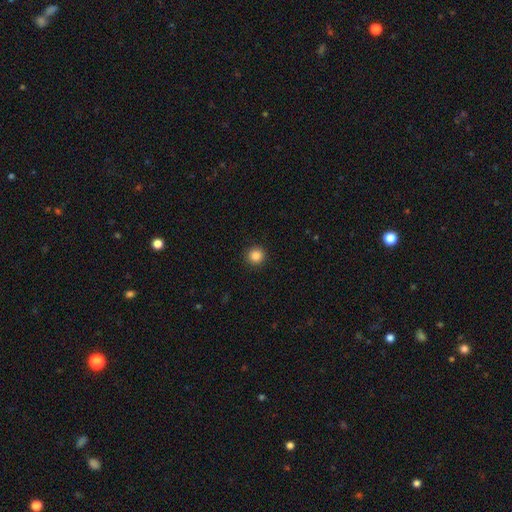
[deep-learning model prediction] Morphology: type=smooth (86%); roundness=round (95%); merging=none (93%).